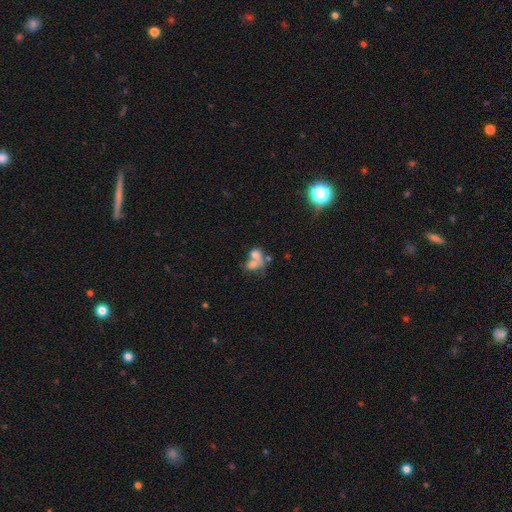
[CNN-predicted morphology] This is likely a smooth galaxy (63%). How rounded: likely in between (68%). Merging: likely merger (65%).